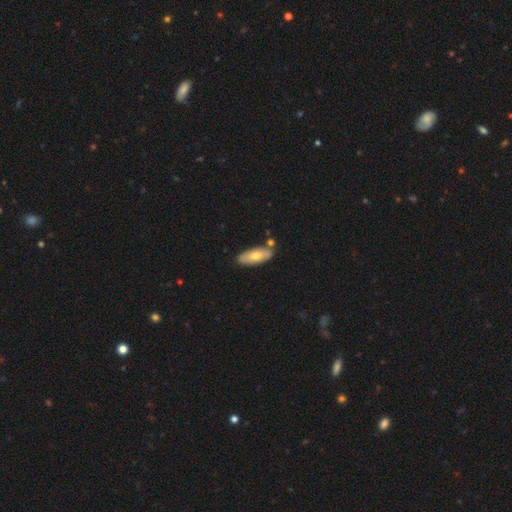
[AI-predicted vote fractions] Q: Smooth or featured?
A: smooth (64%); runner-up: featured or disk (31%)
Q: How rounded?
A: in between (73%); runner-up: cigar-shaped (24%)
Q: Merging?
A: none (77%); runner-up: minor disturbance (12%)